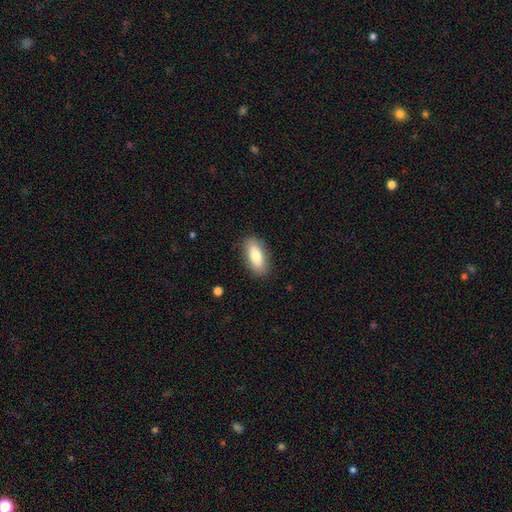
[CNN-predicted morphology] This is clearly a smooth galaxy (81%). How rounded: clearly in between (85%). Merging: clearly none (87%).